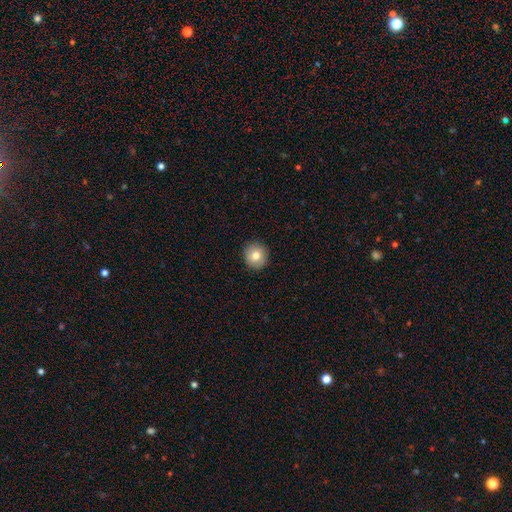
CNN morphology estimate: type=smooth (79%); roundness=round (92%); merging=none (91%).